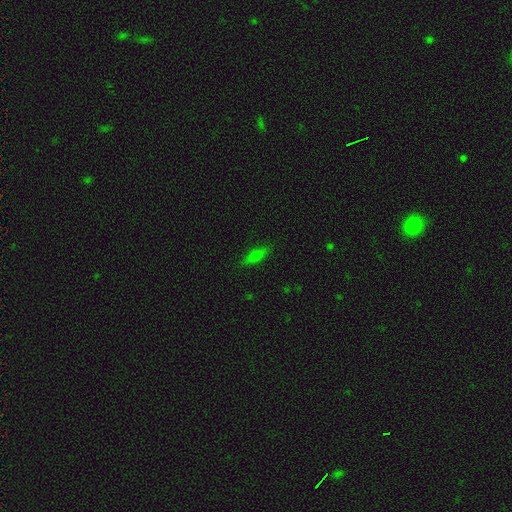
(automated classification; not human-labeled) Morphology: type=smooth (66%); roundness=cigar-shaped (54%); merging=none (85%).